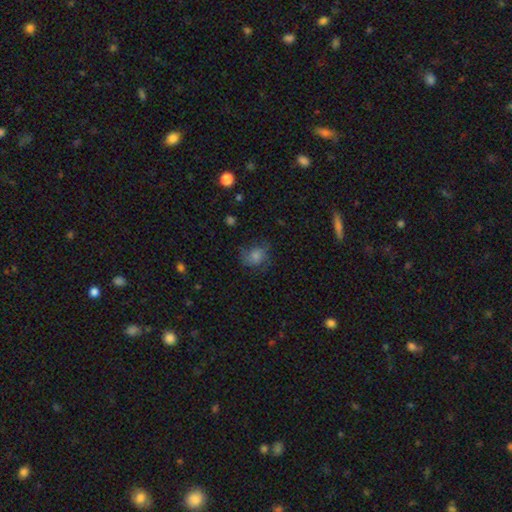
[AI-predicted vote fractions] This is possibly a smooth galaxy (57%). How rounded: likely round (61%). Merging: likely none (62%).